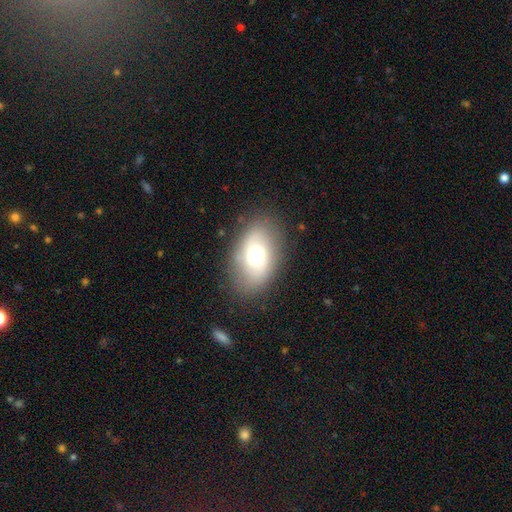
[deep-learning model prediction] Smooth or featured?
  - smooth: 62% *
  - featured or disk: 27%
  - star or artifact: 11%
How rounded?
  - in between: 83% *
  - round: 16%
  - cigar-shaped: 2%
Merging?
  - none: 80% *
  - minor disturbance: 13%
  - major disturbance: 6%
  - merger: 1%